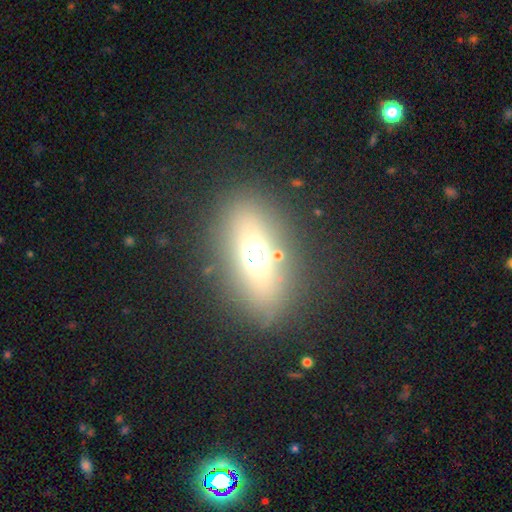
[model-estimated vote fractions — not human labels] This is possibly a smooth galaxy (53%). How rounded: likely in between (73%). Merging: clearly none (82%).